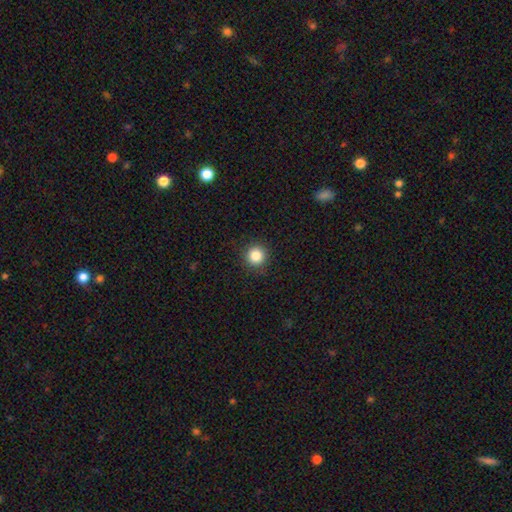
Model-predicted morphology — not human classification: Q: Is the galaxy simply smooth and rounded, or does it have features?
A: smooth — 84%.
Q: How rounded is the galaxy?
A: round — 95%.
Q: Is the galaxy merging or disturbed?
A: none — 91%.